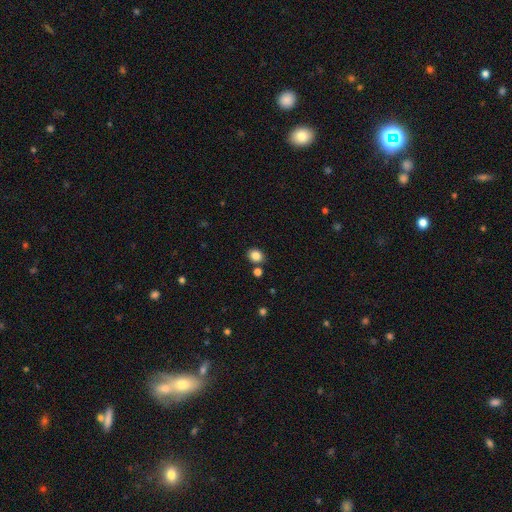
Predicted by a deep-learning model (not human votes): smooth_or_featured: smooth (p=0.85) [alt: star or artifact p=0.11]
how_rounded: round (p=0.55) [alt: in between p=0.44]
merging: none (p=0.78) [alt: minor disturbance p=0.10]